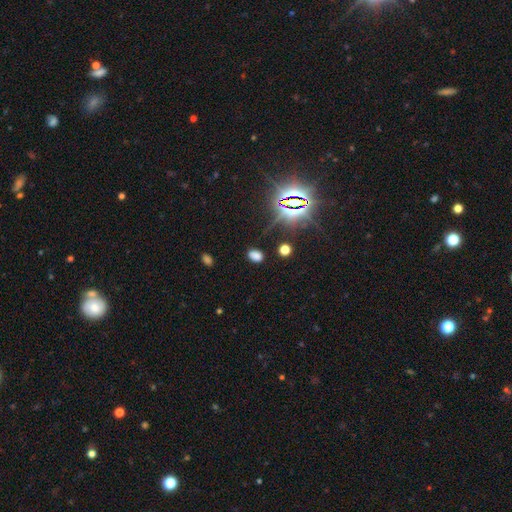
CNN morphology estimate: Smooth or featured?
  - smooth: 62% *
  - star or artifact: 31%
  - featured or disk: 8%
How rounded?
  - in between: 84% *
  - round: 14%
  - cigar-shaped: 2%
Merging?
  - none: 78% *
  - minor disturbance: 14%
  - major disturbance: 5%
  - merger: 3%